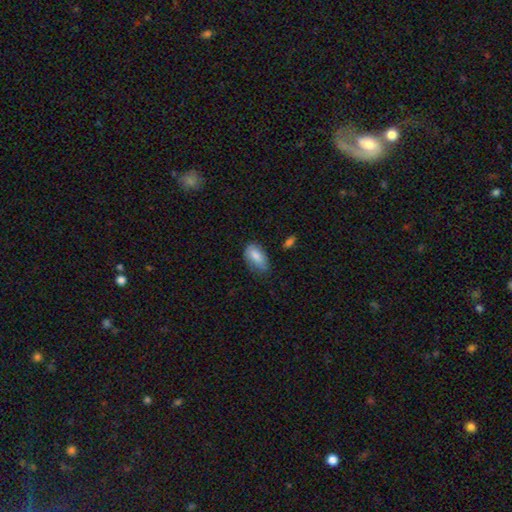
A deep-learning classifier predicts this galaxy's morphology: smooth-or-featured: smooth: 80% | featured or disk: 13% | star or artifact: 7%
  how-rounded: in between: 92% | round: 5% | cigar-shaped: 4%
  merging: none: 62% | minor disturbance: 30% | major disturbance: 6% | merger: 2%